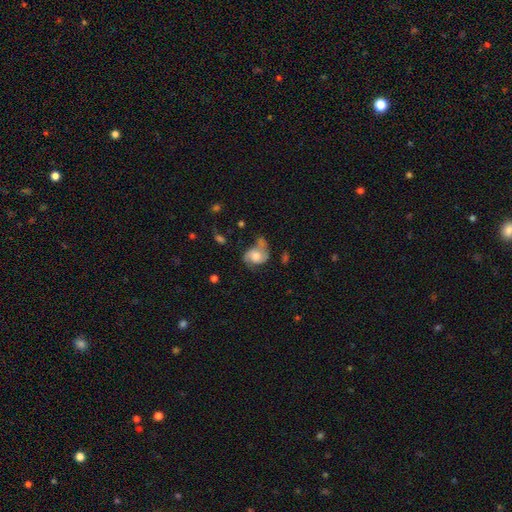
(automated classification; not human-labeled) The model was most divided on "spiral winding": medium: 44%, loose: 38%, tight: 18%. Remaining: edge-on disk — no (97%); spiral arms — yes (89%); spiral arm count — 2 (83%); bar — no (66%); smooth or featured — featured or disk (64%); merging — none (43%); bulge size — moderate (41%).